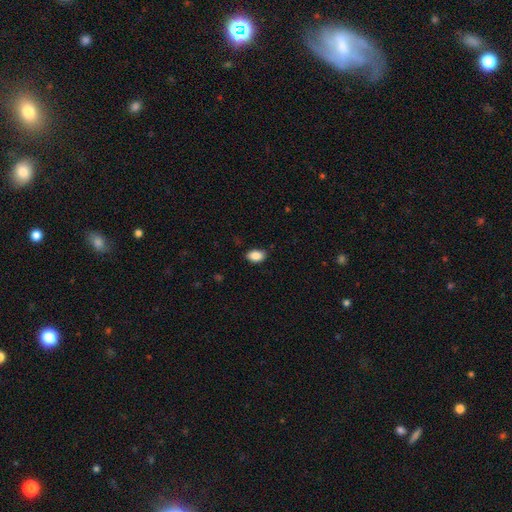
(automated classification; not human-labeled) This is clearly a smooth galaxy (88%). How rounded: clearly in between (88%). Merging: clearly none (83%).